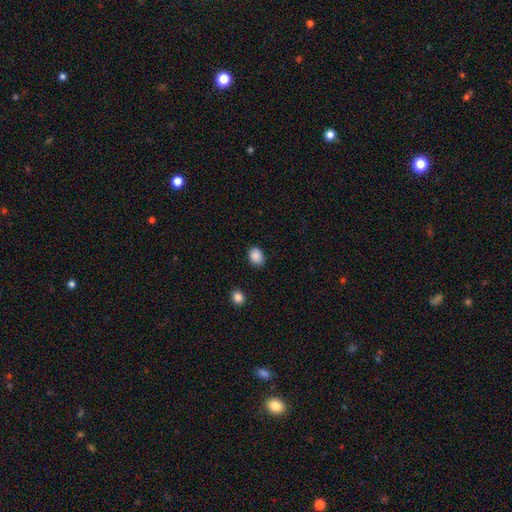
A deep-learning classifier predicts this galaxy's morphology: This appears to be a smooth galaxy with no disk features (88%) that is in between round and cigar-shaped (64%). Merging: none (82%).